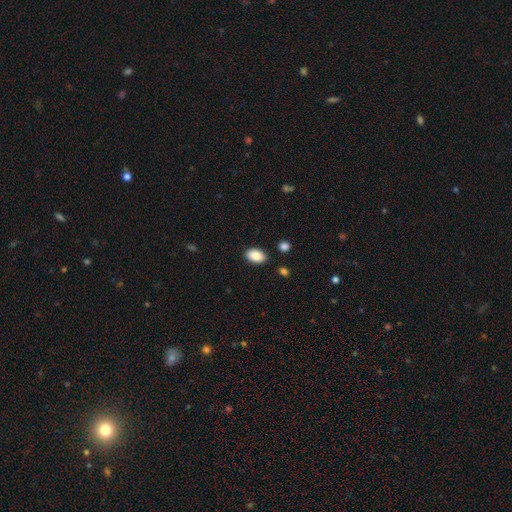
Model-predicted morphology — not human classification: Smooth or featured?
  - smooth: 87% *
  - star or artifact: 7%
  - featured or disk: 6%
How rounded?
  - in between: 91% *
  - round: 8%
  - cigar-shaped: 1%
Merging?
  - none: 86% *
  - minor disturbance: 9%
  - merger: 2%
  - major disturbance: 2%